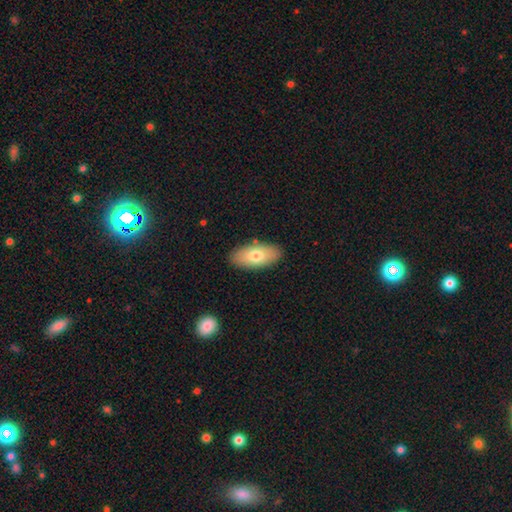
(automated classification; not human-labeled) smooth_or_featured: smooth (p=0.72) [alt: featured or disk p=0.21]
how_rounded: in between (p=0.90) [alt: cigar-shaped p=0.07]
merging: none (p=0.87) [alt: minor disturbance p=0.09]